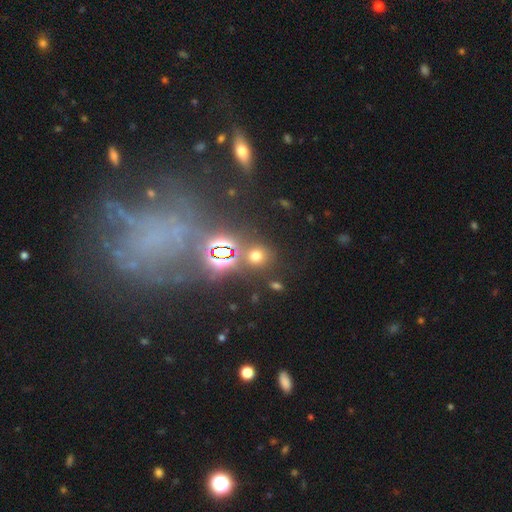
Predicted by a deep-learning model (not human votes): The model was most divided on "smooth or featured": smooth: 54%, star or artifact: 38%, featured or disk: 8%. More confident: how rounded — round (83%); merging — none (78%).